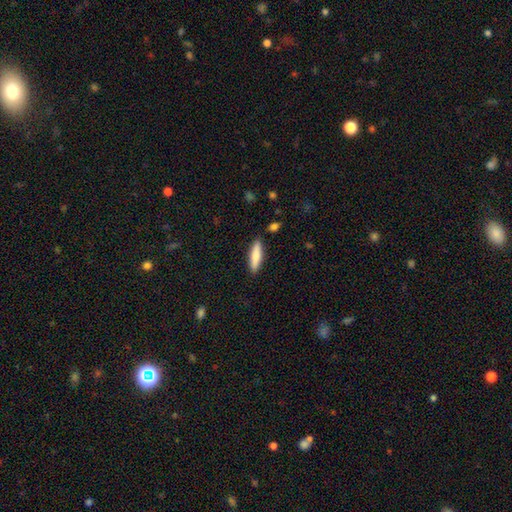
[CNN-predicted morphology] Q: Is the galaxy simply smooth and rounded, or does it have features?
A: smooth — 77%.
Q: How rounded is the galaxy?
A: cigar-shaped — 69%.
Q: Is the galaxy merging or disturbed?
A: none — 88%.